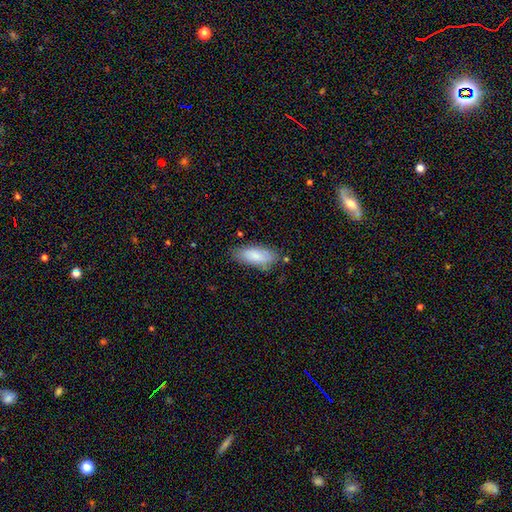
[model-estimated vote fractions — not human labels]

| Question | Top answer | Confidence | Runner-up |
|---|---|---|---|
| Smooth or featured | smooth | 82% | featured or disk (12%) |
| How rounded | in between | 82% | cigar-shaped (16%) |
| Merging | none | 75% | minor disturbance (18%) |